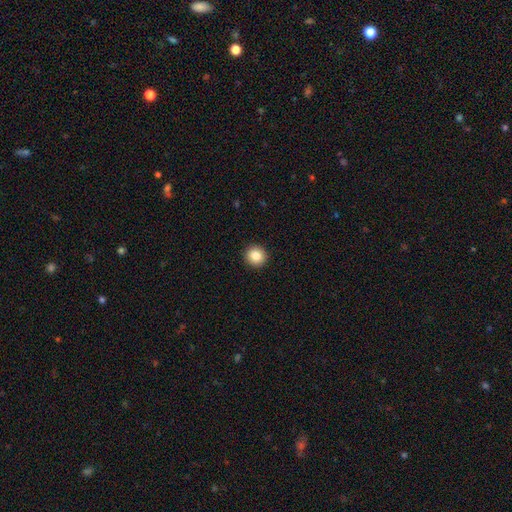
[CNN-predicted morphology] A smooth galaxy with no disk features (84%) that is round (94%). Merging: none (93%).